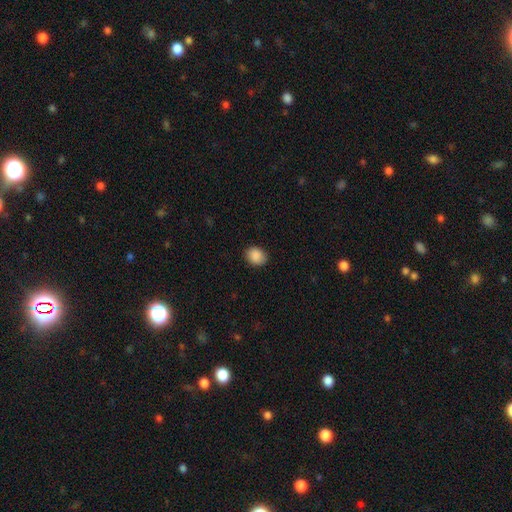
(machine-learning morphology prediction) A smooth galaxy with no disk features (89%) that is round (55%).

Vote fractions:
- Smooth or featured? smooth: 89% / star or artifact: 8% / featured or disk: 3%
- How rounded? round: 55% / in between: 44% / cigar-shaped: 1%
- Merging? none: 88% / minor disturbance: 9% / major disturbance: 2% / merger: 1%